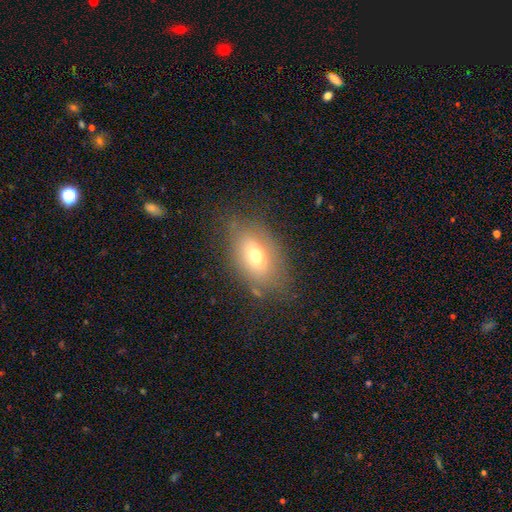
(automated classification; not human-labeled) smooth 65%, featured or disk 23%, star or artifact 12%. Down the decision tree: how rounded — in between (86%); merging — none (72%).